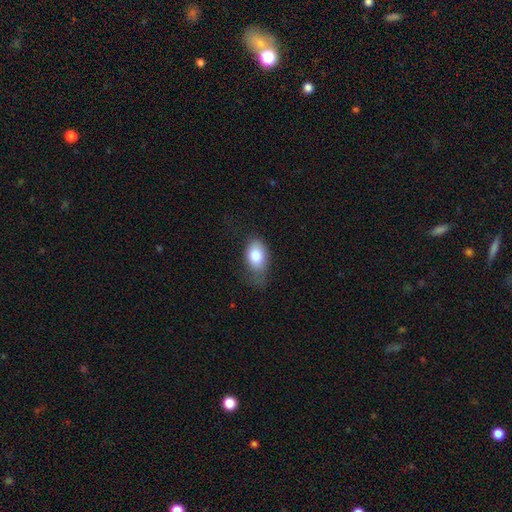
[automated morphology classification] A smooth galaxy with no disk features (80%) that is in between round and cigar-shaped (86%).

Vote fractions:
- Smooth or featured? smooth: 80% / featured or disk: 12% / star or artifact: 8%
- How rounded? in between: 86% / round: 12% / cigar-shaped: 2%
- Merging? none: 47% / minor disturbance: 35% / major disturbance: 16% / merger: 2%